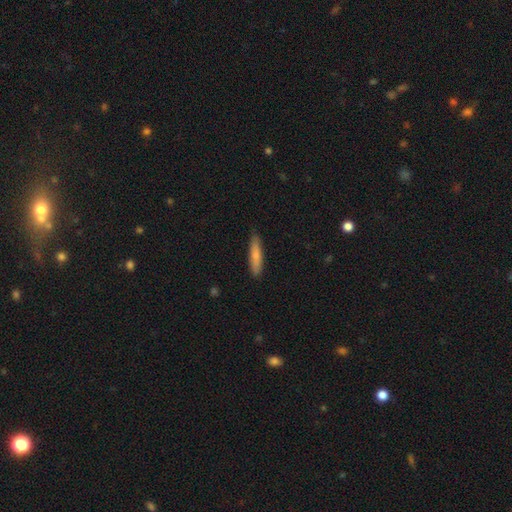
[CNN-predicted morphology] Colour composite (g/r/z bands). It shows a smooth galaxy with no disk features (75%) that is cigar-shaped (82%). Merging: none (85%).